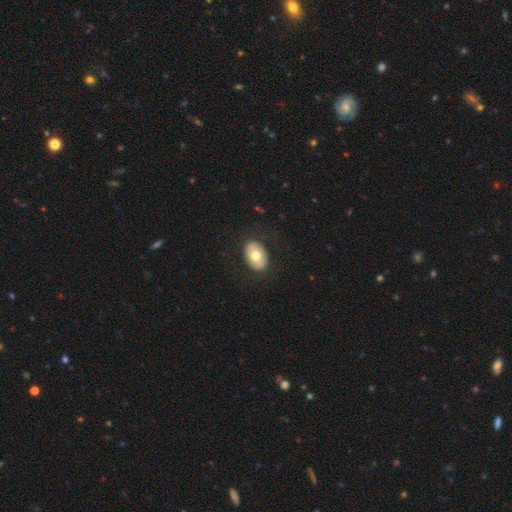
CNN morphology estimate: This is likely a smooth galaxy (65%). How rounded: clearly in between (84%). Merging: clearly none (85%).